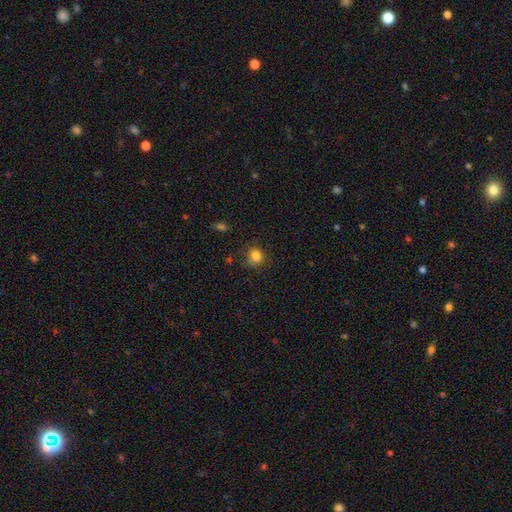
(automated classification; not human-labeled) Smooth or featured? Predicted: smooth (p=0.82). How rounded? Predicted: round (p=0.82). Merging? Predicted: none (p=0.76).